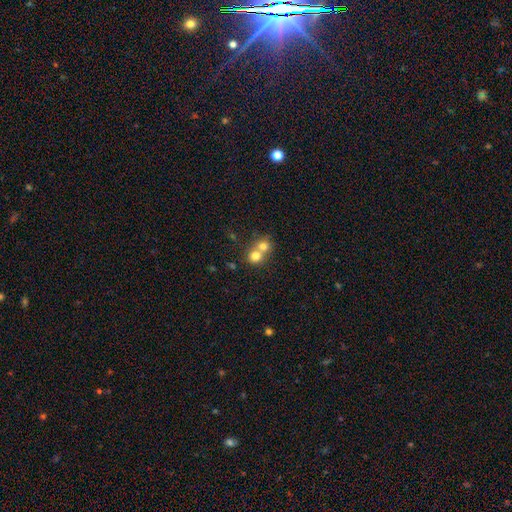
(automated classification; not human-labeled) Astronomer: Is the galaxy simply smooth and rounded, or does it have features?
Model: smooth — 75%.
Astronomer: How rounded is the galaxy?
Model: round — 80%.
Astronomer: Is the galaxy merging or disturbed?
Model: merger — 63%.